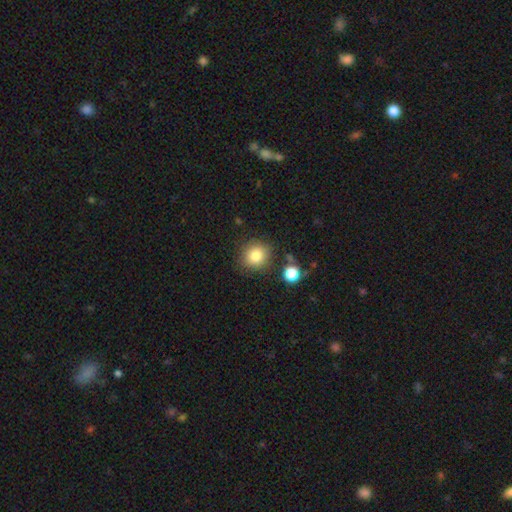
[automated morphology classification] Overall: smooth (84%). How rounded: round (85%). Merging: none (81%).